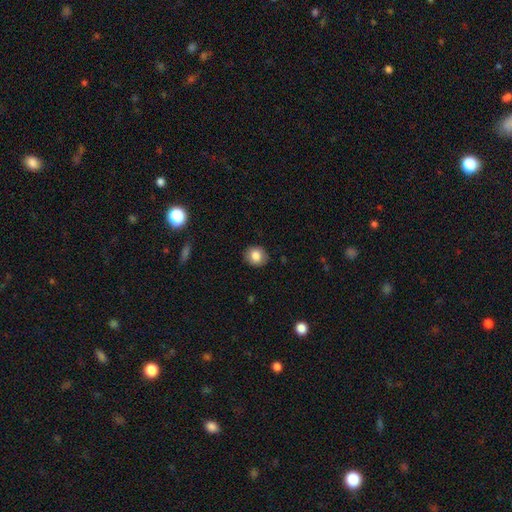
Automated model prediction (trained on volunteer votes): This appears to be a smooth galaxy with no disk features (83%) that is round (76%). Merging: none (87%).